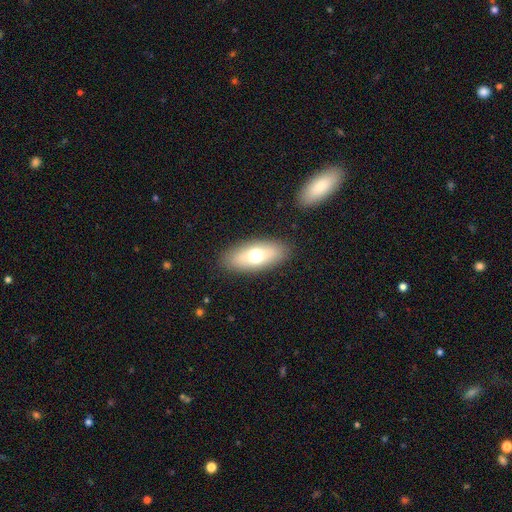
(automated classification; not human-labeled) This appears to be a smooth galaxy with no disk features (64%) that is in between round and cigar-shaped (82%). Merging: none (87%).